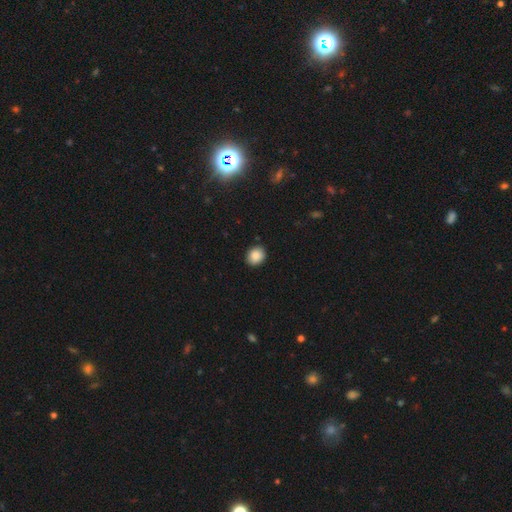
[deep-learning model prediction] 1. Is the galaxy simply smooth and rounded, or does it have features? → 88% smooth, 9% star or artifact, 4% featured or disk.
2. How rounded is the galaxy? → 59% round, 40% in between, 1% cigar-shaped.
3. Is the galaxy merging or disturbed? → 90% none, 8% minor disturbance, 2% major disturbance, 1% merger.